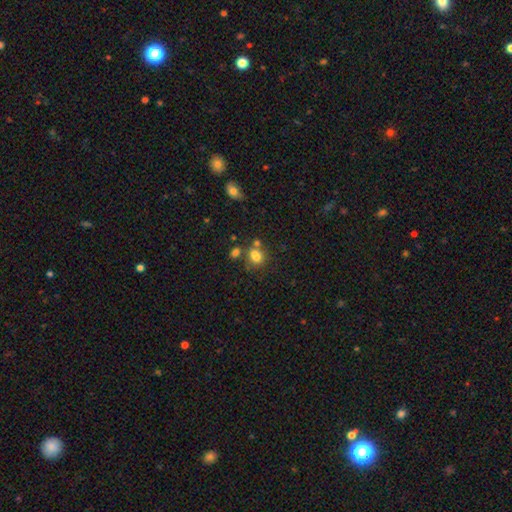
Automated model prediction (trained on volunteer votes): Morphology: type=smooth (78%); roundness=round (55%); merging=none (52%).